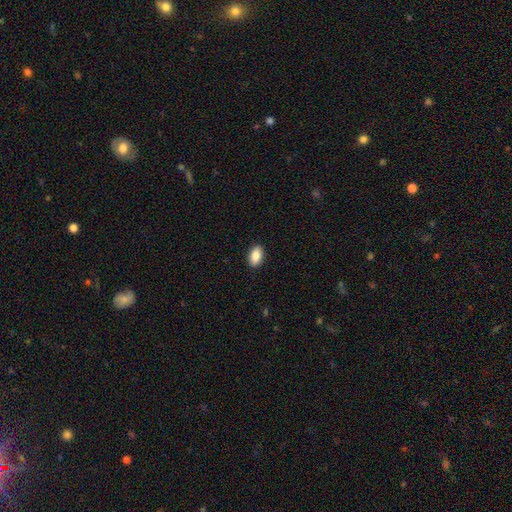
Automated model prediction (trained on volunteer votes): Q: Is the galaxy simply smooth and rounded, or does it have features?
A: smooth — 88%.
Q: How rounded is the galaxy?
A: in between — 92%.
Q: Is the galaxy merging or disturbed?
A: none — 90%.